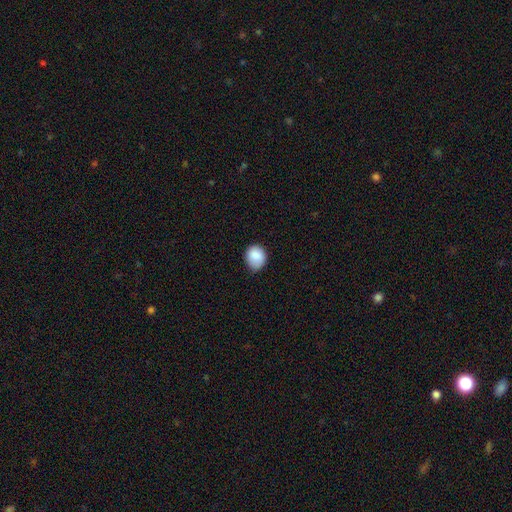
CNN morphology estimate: smooth_or_featured: smooth (p=0.87) [alt: star or artifact p=0.08]
how_rounded: round (p=0.66) [alt: in between p=0.33]
merging: none (p=0.65) [alt: minor disturbance p=0.29]